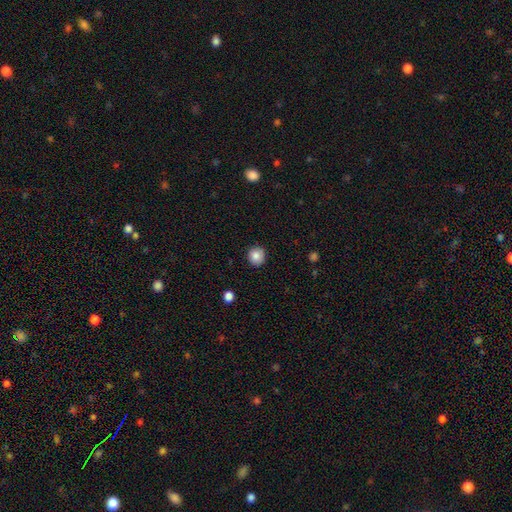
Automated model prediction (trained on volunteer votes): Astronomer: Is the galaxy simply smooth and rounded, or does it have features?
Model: smooth — 85%.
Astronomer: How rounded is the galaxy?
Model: round — 90%.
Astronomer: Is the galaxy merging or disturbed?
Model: none — 89%.